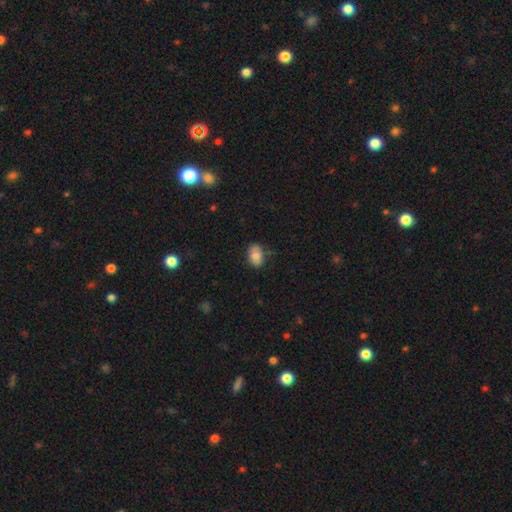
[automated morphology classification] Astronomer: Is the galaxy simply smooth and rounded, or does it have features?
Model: smooth — 77%.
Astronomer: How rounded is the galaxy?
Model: in between — 80%.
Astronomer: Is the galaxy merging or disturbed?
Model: none — 71%.